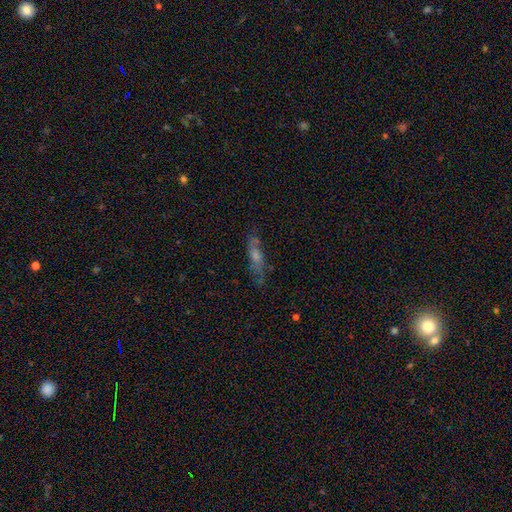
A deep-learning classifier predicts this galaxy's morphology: Smooth or featured: featured or disk — 50% (smooth — 38%)
Edge-on disk: yes — 52% (no — 48%)
Merging: none — 69% (minor disturbance — 20%)